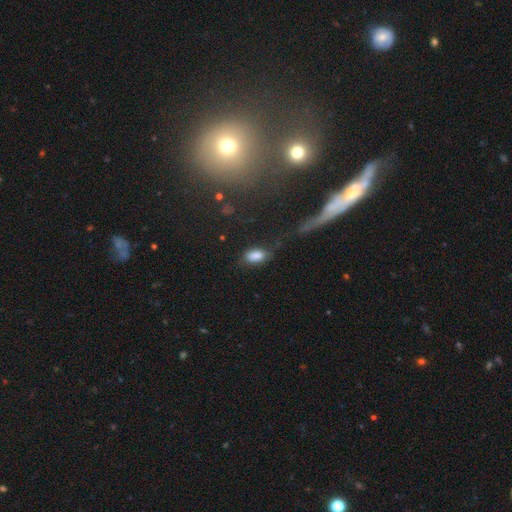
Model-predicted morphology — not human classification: This appears to be a smooth galaxy with no disk features (84%) that is in between round and cigar-shaped (91%). Merging: none (60%).